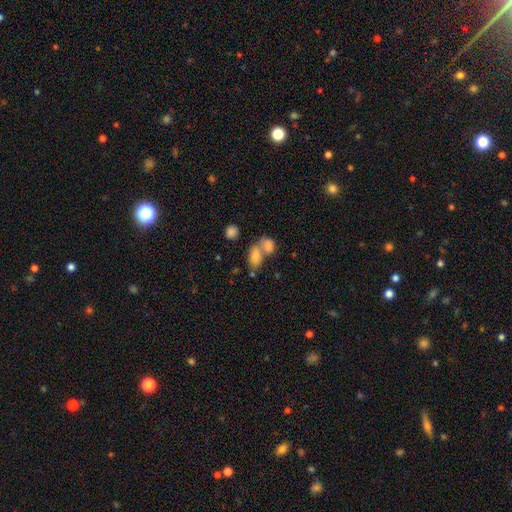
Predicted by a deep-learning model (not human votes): Smooth or featured: smooth — 76% (featured or disk — 13%)
How rounded: in between — 82% (round — 15%)
Merging: merger — 55% (none — 31%)